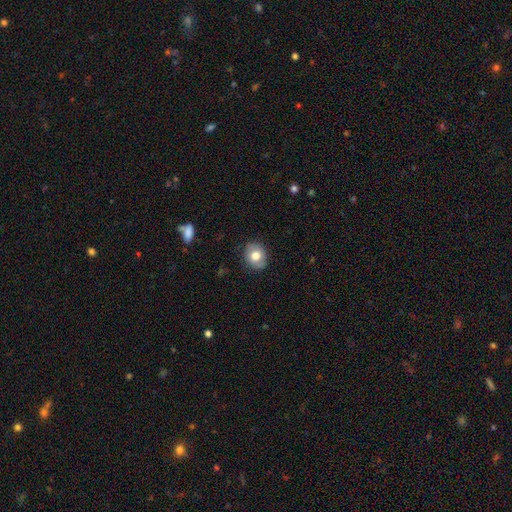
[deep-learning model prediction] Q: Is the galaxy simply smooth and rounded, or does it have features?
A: smooth — 73%.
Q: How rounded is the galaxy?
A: round — 64%.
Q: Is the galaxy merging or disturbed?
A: none — 85%.